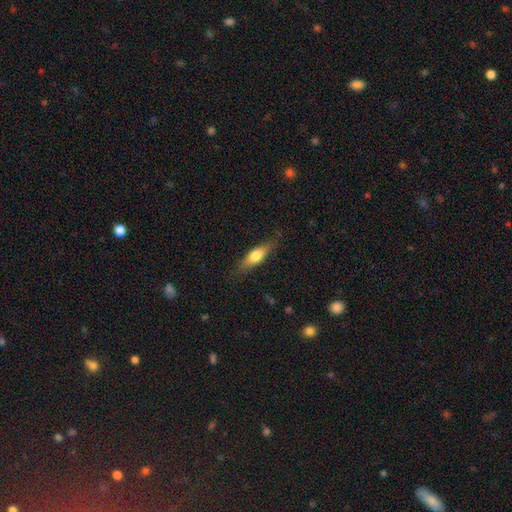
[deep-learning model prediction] Smooth or featured?
  - smooth: 61% *
  - featured or disk: 32%
  - star or artifact: 6%
How rounded?
  - in between: 49% *
  - cigar-shaped: 48%
  - round: 3%
Merging?
  - none: 80% *
  - minor disturbance: 15%
  - major disturbance: 4%
  - merger: 1%